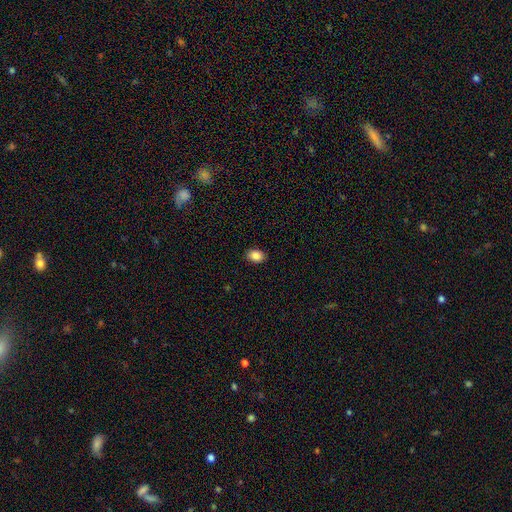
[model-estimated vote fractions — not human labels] Morphology: type=smooth (87%); roundness=in between (80%); merging=none (89%).